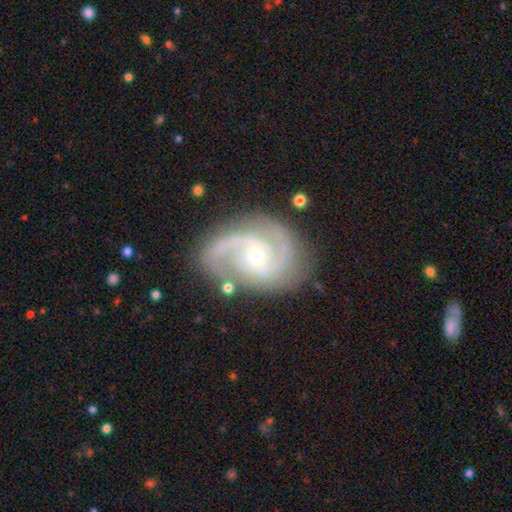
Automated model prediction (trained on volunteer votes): This appears to be a featured or disk galaxy (90%) with no bar (54%), 2 (68%) medium (53%) spiral arms (98%) and a small central bulge (66%). Merging: none (75%).